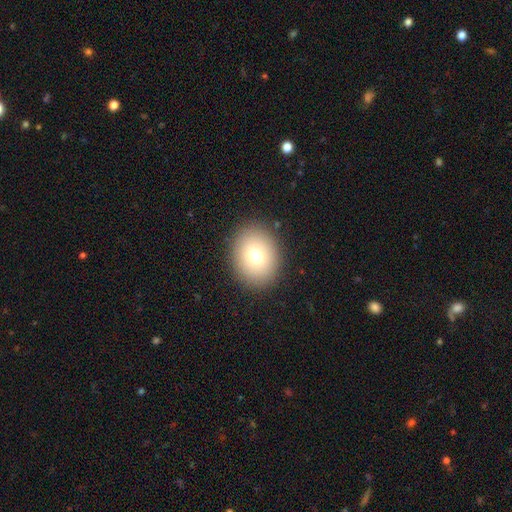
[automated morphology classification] Overall: smooth (75%). How rounded: round (55%; in between 45%). Merging: none (89%).